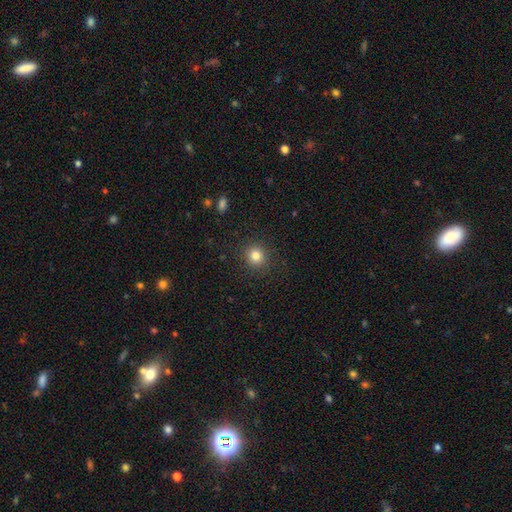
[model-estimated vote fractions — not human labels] Smooth or featured? smooth (82%)
How rounded? round (90%)
Merging? none (90%)